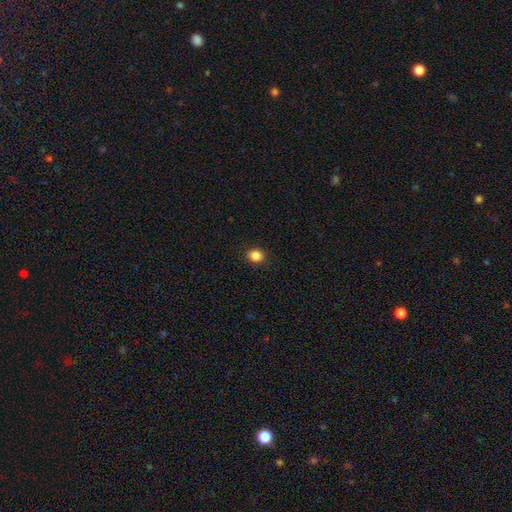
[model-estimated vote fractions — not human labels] This is clearly a smooth galaxy (86%). How rounded: likely round (66%). Merging: clearly none (91%).